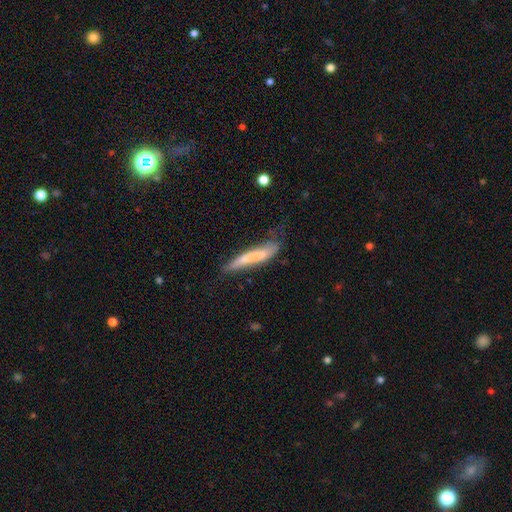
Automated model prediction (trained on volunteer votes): Q: Smooth or featured?
A: smooth (65%); runner-up: featured or disk (28%)
Q: How rounded?
A: cigar-shaped (89%); runner-up: in between (9%)
Q: Merging?
A: none (48%); runner-up: minor disturbance (34%)